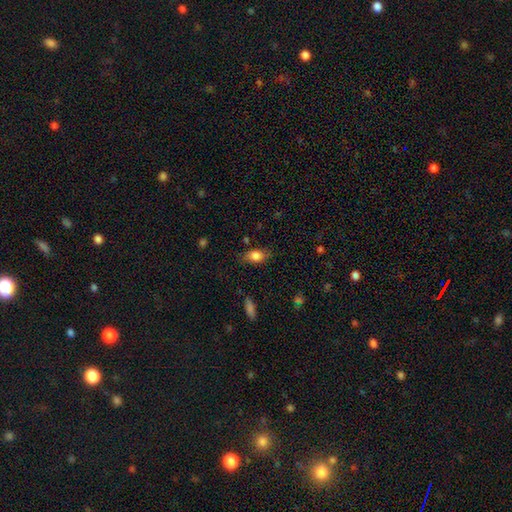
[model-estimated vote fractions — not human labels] Morphology: type=smooth (81%); roundness=in between (85%); merging=none (77%).